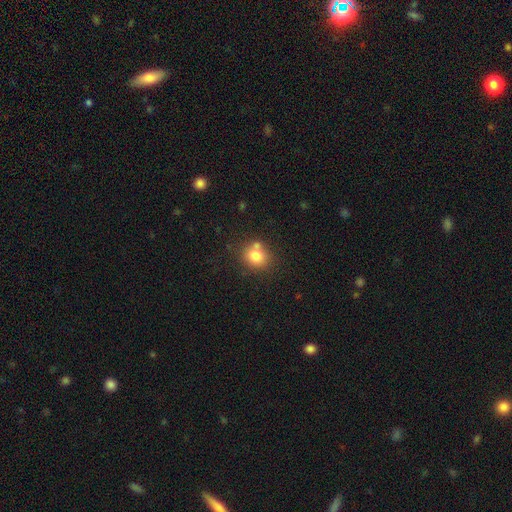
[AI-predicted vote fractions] This is likely a smooth galaxy (79%). How rounded: likely round (74%). Merging: likely none (64%).